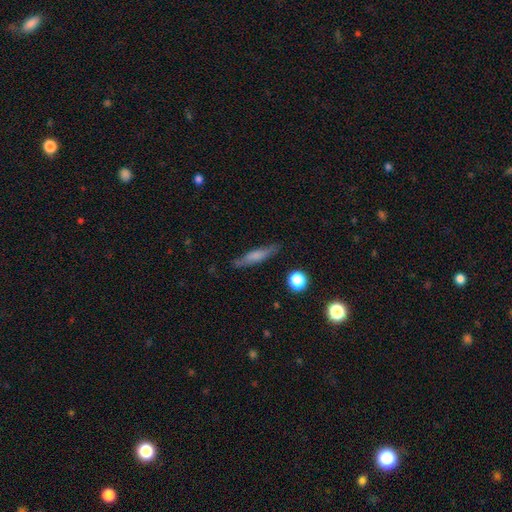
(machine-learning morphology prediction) Smooth or featured? Predicted: smooth (p=0.62). How rounded? Predicted: cigar-shaped (p=0.84). Merging? Predicted: none (p=0.81).